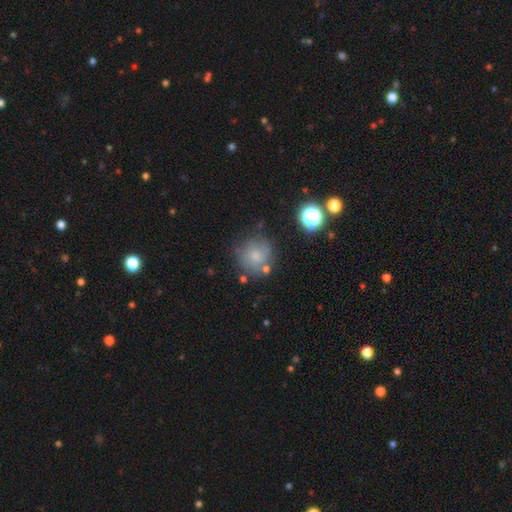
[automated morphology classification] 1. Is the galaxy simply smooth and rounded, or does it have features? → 70% smooth, 16% featured or disk, 14% star or artifact.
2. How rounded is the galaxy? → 91% round, 8% in between, 1% cigar-shaped.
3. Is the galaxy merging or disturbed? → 69% none, 18% minor disturbance, 7% merger, 7% major disturbance.